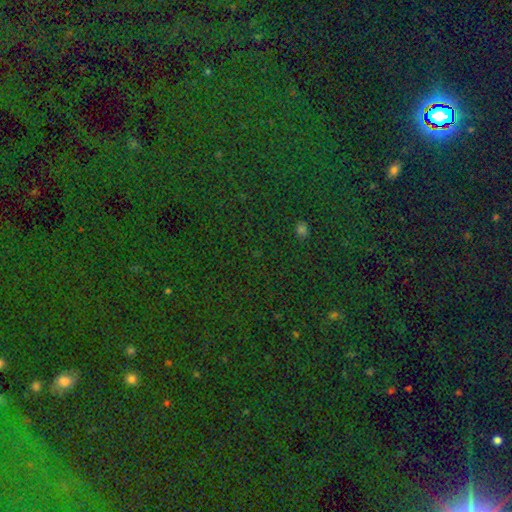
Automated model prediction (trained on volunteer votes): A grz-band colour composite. It shows a star or artifact, not a galaxy (80%).